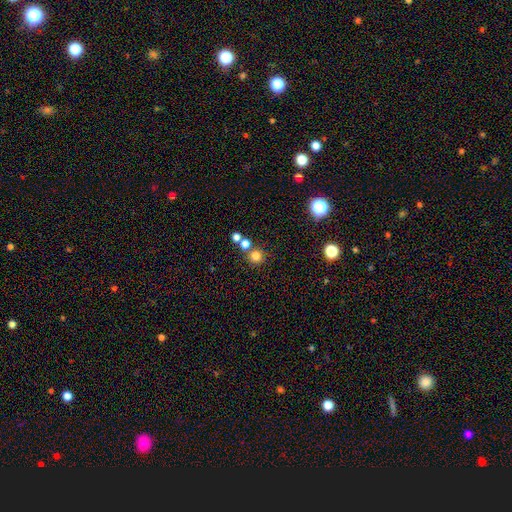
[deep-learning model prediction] This appears to be a smooth galaxy with no disk features (76%) that is round (92%). Merging: none (70%).